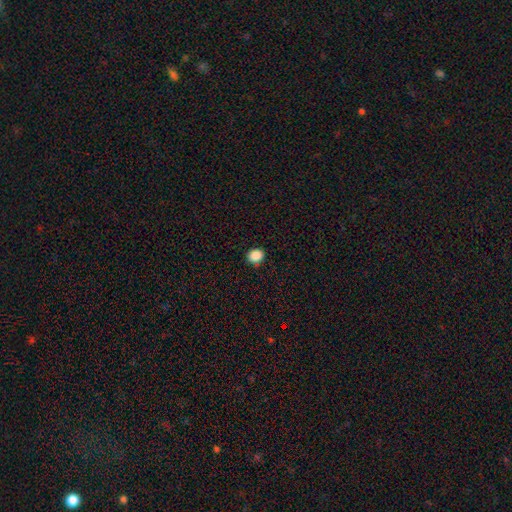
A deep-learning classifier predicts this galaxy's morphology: Overall: smooth (88%). How rounded: round (75%). Merging: none (88%).